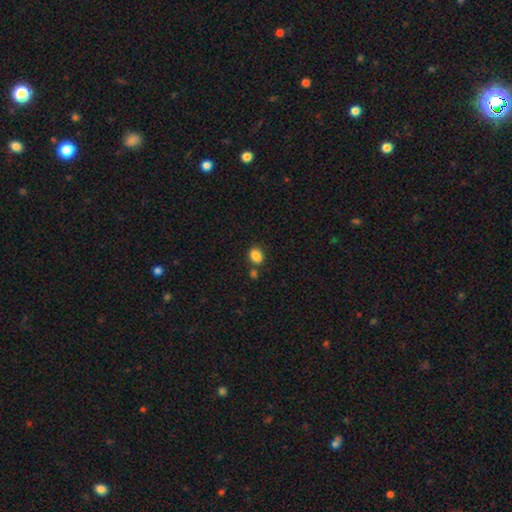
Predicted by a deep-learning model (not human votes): Q: Smooth or featured?
A: smooth (85%); runner-up: star or artifact (10%)
Q: How rounded?
A: in between (66%); runner-up: round (33%)
Q: Merging?
A: none (64%); runner-up: merger (17%)